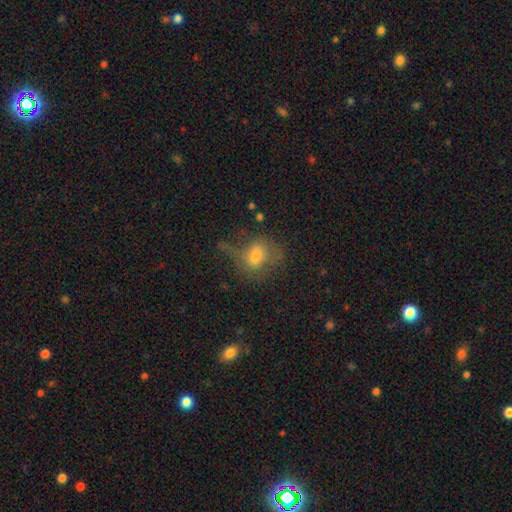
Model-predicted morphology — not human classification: Overall: smooth (63%; featured or disk 23%). How rounded: in between (55%; round 43%). Merging: none (44%; major disturbance 27%).